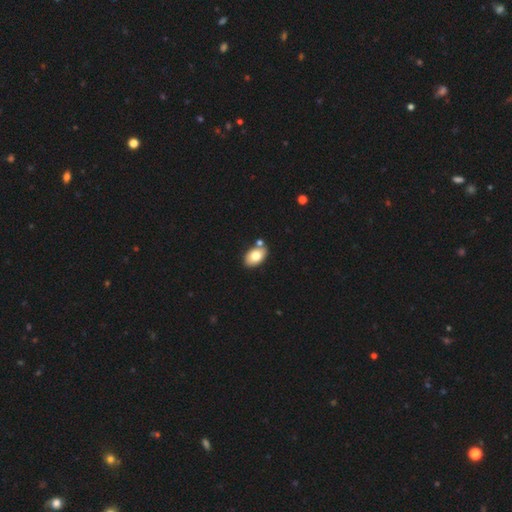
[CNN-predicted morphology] Smooth or featured? smooth (76%)
How rounded? in between (89%)
Merging? none (72%)